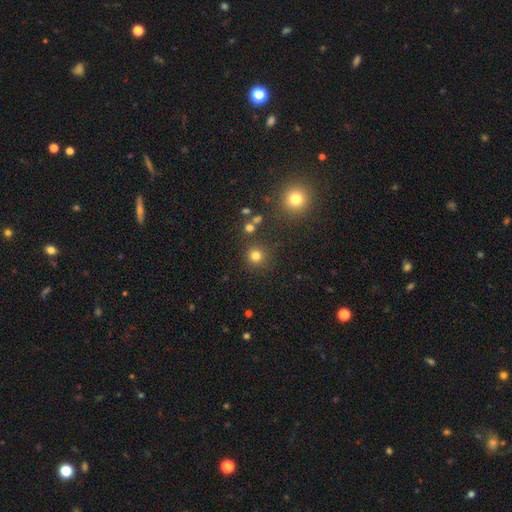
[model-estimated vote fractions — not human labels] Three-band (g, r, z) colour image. It shows a smooth galaxy with no disk features (78%) that is round (94%). Merging: none (85%).